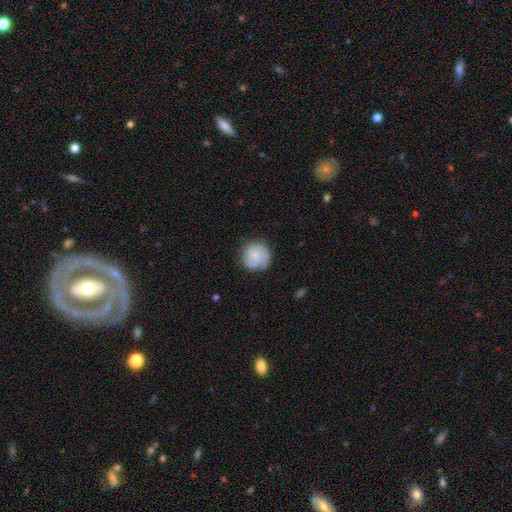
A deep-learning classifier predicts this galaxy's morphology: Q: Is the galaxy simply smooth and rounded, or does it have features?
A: smooth — 60%.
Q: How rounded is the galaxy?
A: round — 90%.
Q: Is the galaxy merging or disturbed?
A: none — 71%.